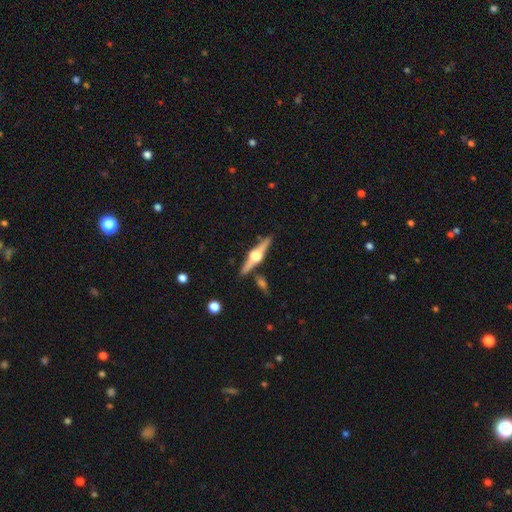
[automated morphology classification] A featured or disk galaxy (83%) viewed edge-on (98%) with a rounded central bulge (96%). Merging: none (85%).